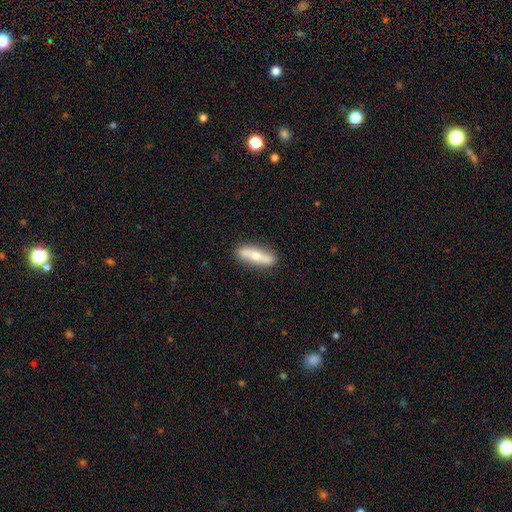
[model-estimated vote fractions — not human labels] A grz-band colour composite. It shows a smooth galaxy with no disk features (50%). Merging: none (85%).